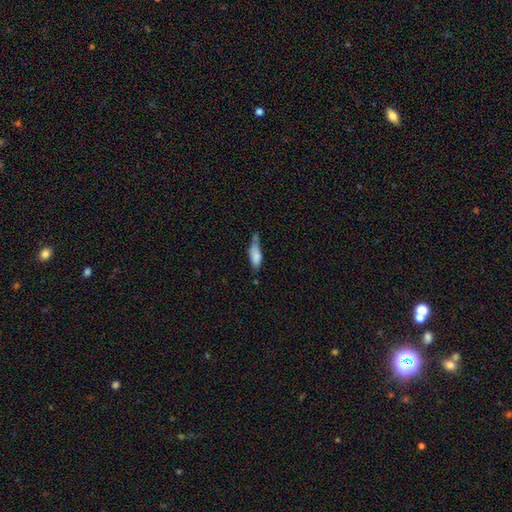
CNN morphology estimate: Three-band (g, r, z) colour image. It shows a smooth galaxy with no disk features (79%) that is in between round and cigar-shaped (65%). Merging: minor disturbance (38%).